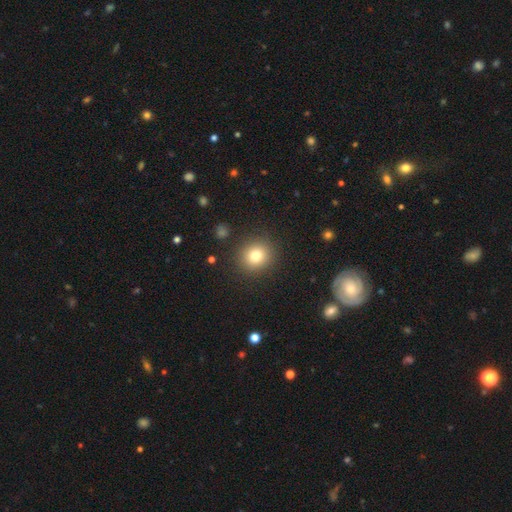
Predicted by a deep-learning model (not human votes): Morphology: type=smooth (79%); roundness=round (87%); merging=none (89%).